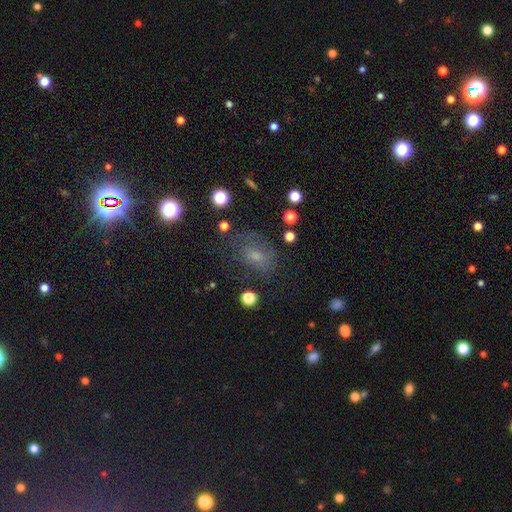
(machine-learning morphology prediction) Smooth or featured?
  - smooth: 45% *
  - featured or disk: 31%
  - star or artifact: 24%
Merging?
  - none: 59% *
  - minor disturbance: 22%
  - major disturbance: 16%
  - merger: 3%